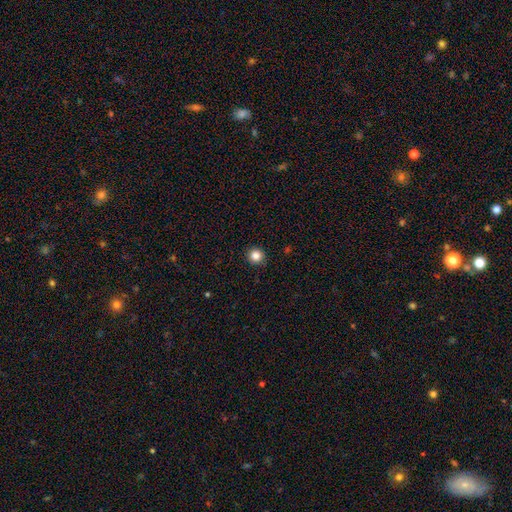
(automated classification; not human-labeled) Morphology: type=smooth (84%); roundness=round (95%); merging=none (93%).